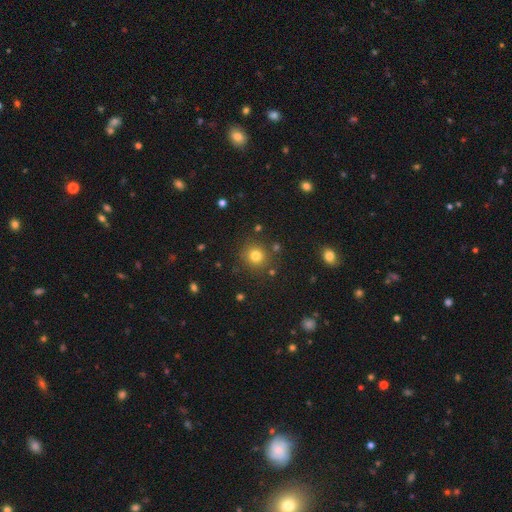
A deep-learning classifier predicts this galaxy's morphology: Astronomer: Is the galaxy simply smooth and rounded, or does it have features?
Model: smooth — 78%.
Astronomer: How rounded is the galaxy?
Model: round — 90%.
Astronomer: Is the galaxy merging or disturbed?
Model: none — 86%.